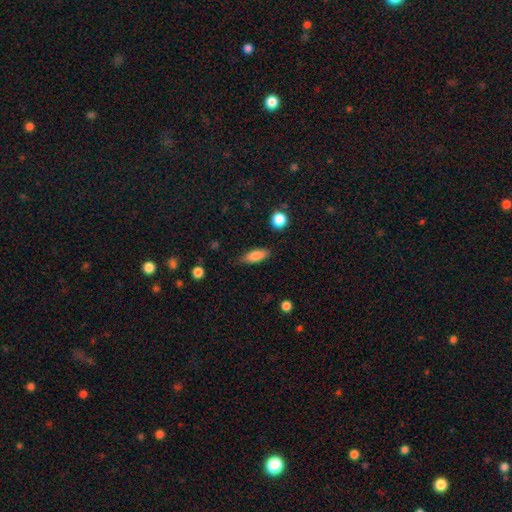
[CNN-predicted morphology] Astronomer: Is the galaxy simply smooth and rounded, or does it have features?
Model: smooth — 81%.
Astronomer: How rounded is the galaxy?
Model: in between — 71%.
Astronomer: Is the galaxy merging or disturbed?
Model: none — 79%.